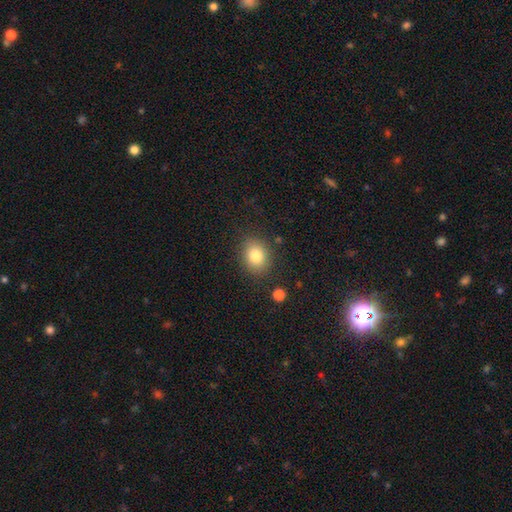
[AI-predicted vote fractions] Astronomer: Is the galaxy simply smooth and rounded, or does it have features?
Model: smooth — 81%.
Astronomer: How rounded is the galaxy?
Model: round — 52% (runner-up: in between, 47%).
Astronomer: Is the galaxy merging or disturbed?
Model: none — 84%.